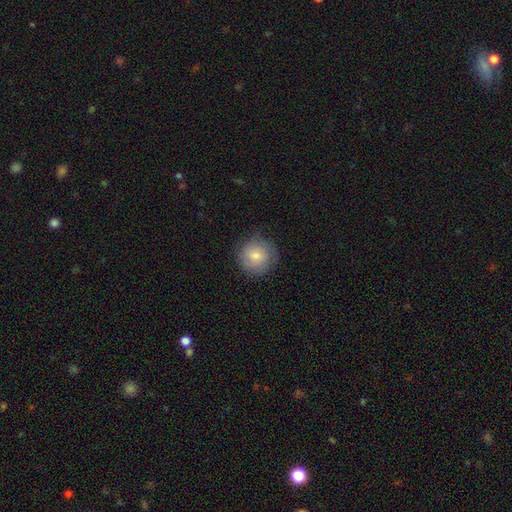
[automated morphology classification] A smooth galaxy with no disk features (76%) that is round (93%). Merging: none (79%).